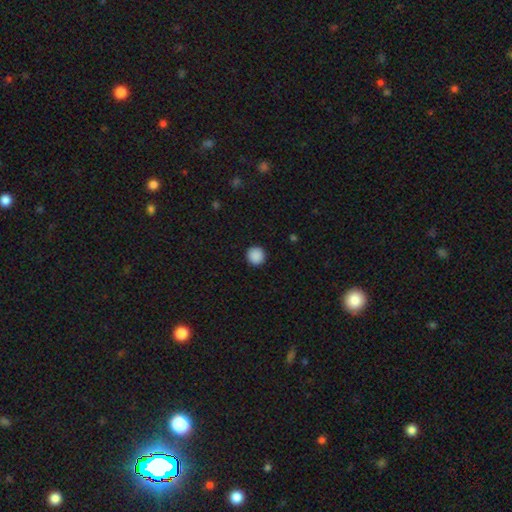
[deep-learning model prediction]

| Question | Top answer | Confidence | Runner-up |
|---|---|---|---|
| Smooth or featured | smooth | 89% | star or artifact (9%) |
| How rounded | round | 95% | in between (4%) |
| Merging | none | 93% | minor disturbance (5%) |